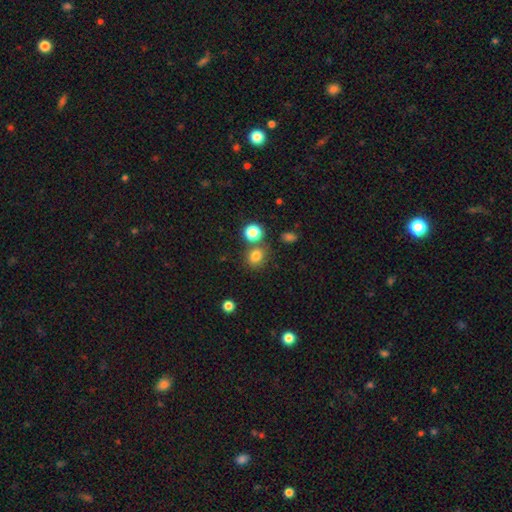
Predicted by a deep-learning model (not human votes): Smooth or featured: smooth — 79% (star or artifact — 15%)
How rounded: round — 71% (in between — 28%)
Merging: none — 70% (merger — 16%)